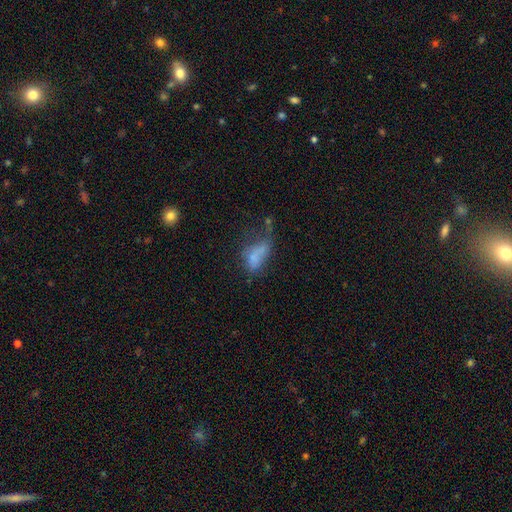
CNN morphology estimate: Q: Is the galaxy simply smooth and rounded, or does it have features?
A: smooth — 60%.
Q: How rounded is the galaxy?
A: in between — 85%.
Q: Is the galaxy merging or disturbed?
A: major disturbance — 40%.